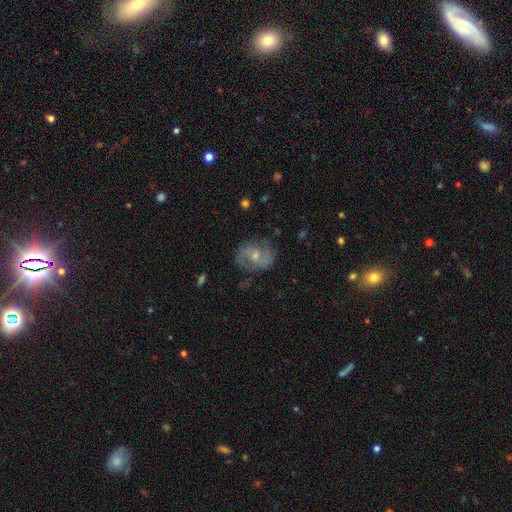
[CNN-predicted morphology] Smooth or featured: featured or disk — 70% (smooth — 23%)
Edge-on disk: no — 97% (yes — 3%)
Bar: no — 53% (weak — 37%)
Spiral arms: yes — 87% (no — 13%)
Spiral winding: medium — 46% (loose — 32%)
Spiral arm count: 2 — 83% (can't tell — 10%)
Bulge size: small — 58% (moderate — 37%)
Merging: none — 71% (minor disturbance — 19%)